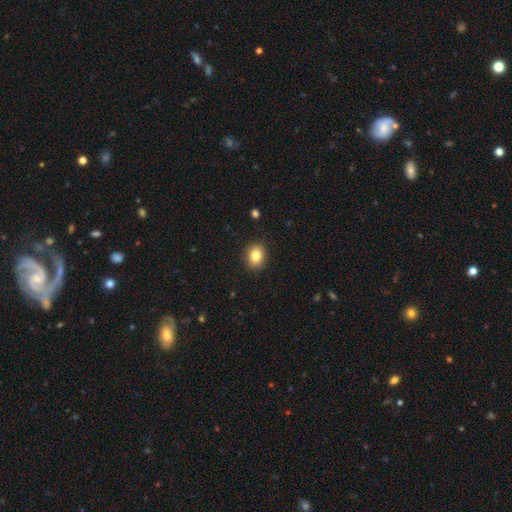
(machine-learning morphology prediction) Smooth or featured?
  - smooth: 83% *
  - star or artifact: 10%
  - featured or disk: 7%
How rounded?
  - round: 51% *
  - in between: 48%
  - cigar-shaped: 1%
Merging?
  - none: 89% *
  - minor disturbance: 8%
  - major disturbance: 2%
  - merger: 1%